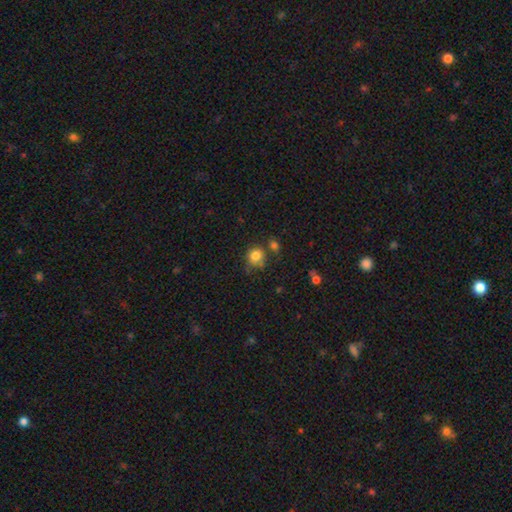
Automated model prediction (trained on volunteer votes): smooth_or_featured: smooth (p=0.82) [alt: star or artifact p=0.11]
how_rounded: round (p=0.79) [alt: in between p=0.20]
merging: none (p=0.58) [alt: minor disturbance p=0.20]